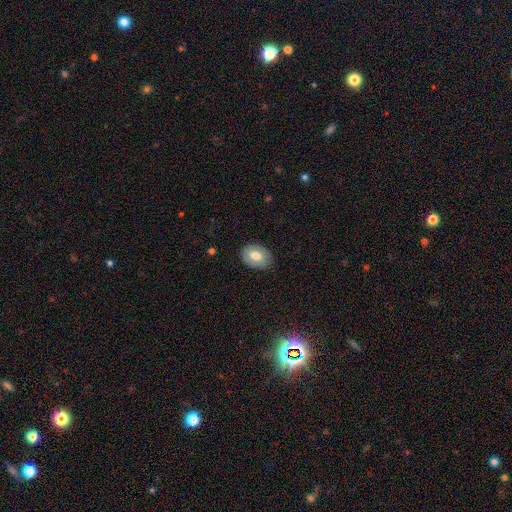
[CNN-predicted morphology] Overall: smooth (64%; featured or disk 29%). How rounded: in between (79%). Merging: none (82%).